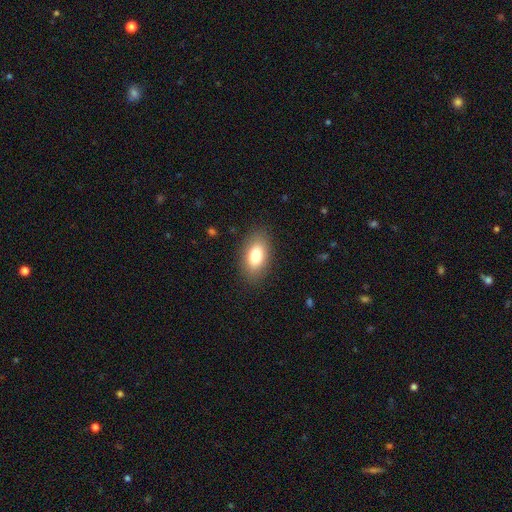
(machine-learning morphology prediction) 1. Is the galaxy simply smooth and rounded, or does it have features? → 80% smooth, 12% featured or disk, 8% star or artifact.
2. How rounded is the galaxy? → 92% in between, 5% round, 3% cigar-shaped.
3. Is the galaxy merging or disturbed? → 86% none, 10% minor disturbance, 3% major disturbance, 1% merger.